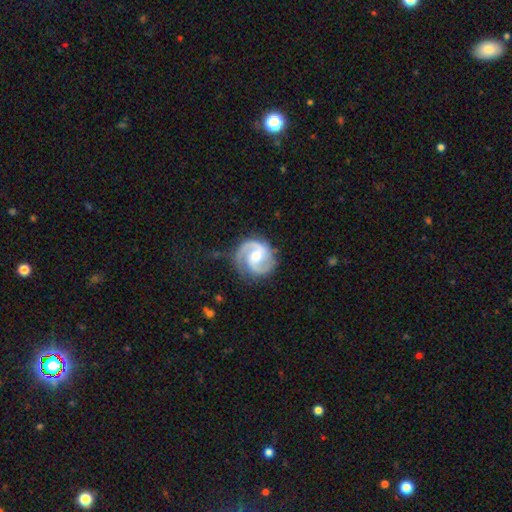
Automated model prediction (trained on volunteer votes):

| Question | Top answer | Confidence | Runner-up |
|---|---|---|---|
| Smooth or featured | featured or disk | 90% | smooth (6%) |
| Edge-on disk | no | 98% | yes (2%) |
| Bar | weak | 46% | no (38%) |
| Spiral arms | yes | 98% | no (2%) |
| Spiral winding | medium | 54% | tight (32%) |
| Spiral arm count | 2 | 90% | 1 (3%) |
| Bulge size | moderate | 63% | small (30%) |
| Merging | none | 76% | minor disturbance (16%) |